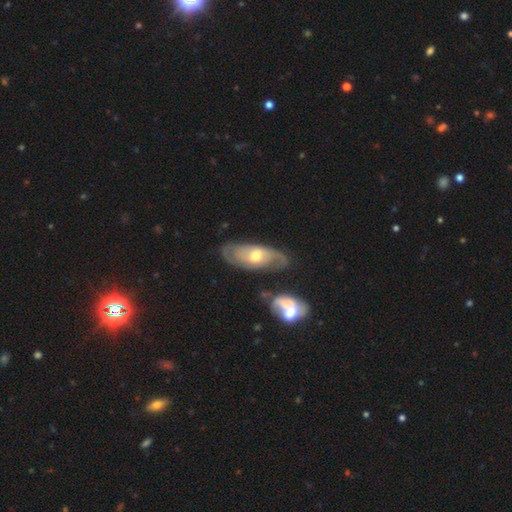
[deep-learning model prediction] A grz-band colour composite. It shows a featured or disk galaxy (68%) with no bar (66%), spiral arms (77%) and a moderate central bulge (70%). Merging: none (67%).